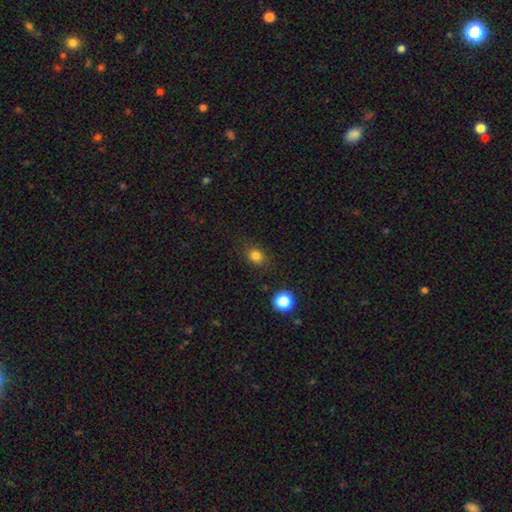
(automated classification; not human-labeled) A smooth galaxy with no disk features (80%) that is round (65%). Merging: none (84%).